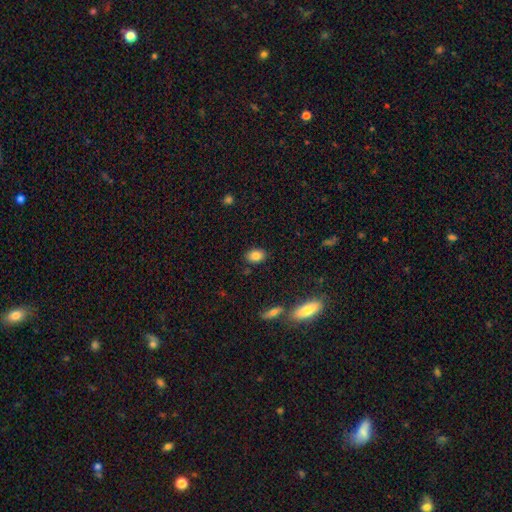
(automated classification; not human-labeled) The model was most divided on "how rounded": in between: 74%, round: 24%, cigar-shaped: 1%. More confident: merging — none (86%); smooth or featured — smooth (84%).